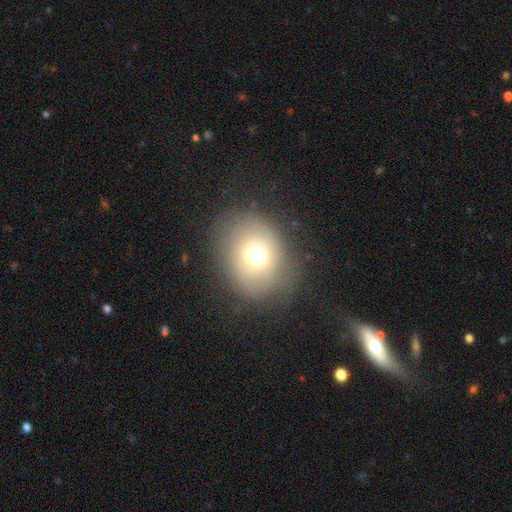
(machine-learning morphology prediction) smooth 69%, featured or disk 17%, star or artifact 14%. Down the decision tree: how rounded — round (63%); merging — none (72%).